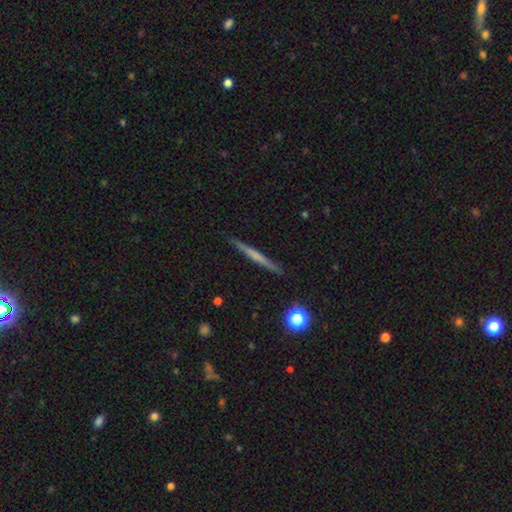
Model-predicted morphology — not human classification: type=featured or disk (51%); edge-on=yes (97%); merging=none (91%).